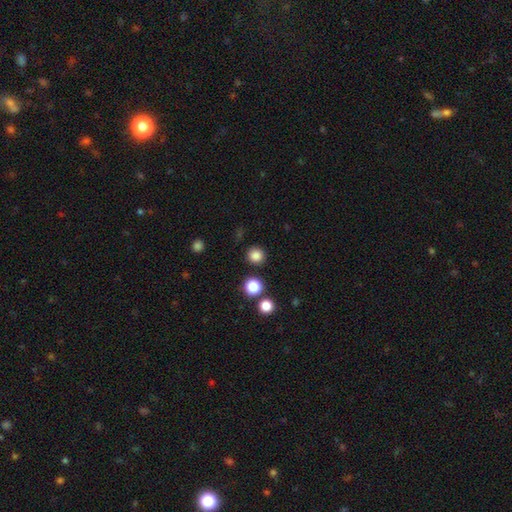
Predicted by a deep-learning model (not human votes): A smooth galaxy with no disk features (84%) that is round (92%).

Vote fractions:
- Smooth or featured? smooth: 84% / star or artifact: 13% / featured or disk: 3%
- How rounded? round: 92% / in between: 7% / cigar-shaped: 1%
- Merging? none: 89% / minor disturbance: 6% / merger: 3% / major disturbance: 2%